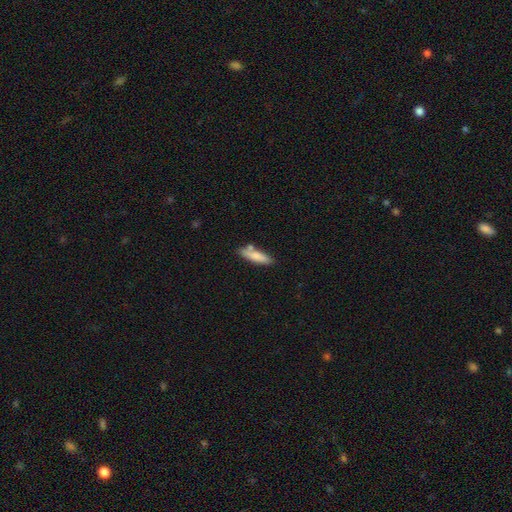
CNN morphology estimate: A smooth galaxy with no disk features (77%) that is cigar-shaped (67%). Merging: none (68%).